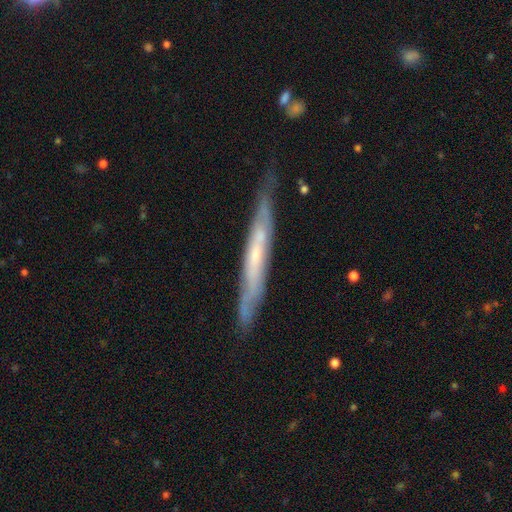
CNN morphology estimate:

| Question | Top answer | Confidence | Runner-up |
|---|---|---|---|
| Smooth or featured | featured or disk | 66% | smooth (28%) |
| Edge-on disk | yes | 79% | no (21%) |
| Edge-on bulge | none | 66% | rounded (28%) |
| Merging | none | 73% | minor disturbance (21%) |